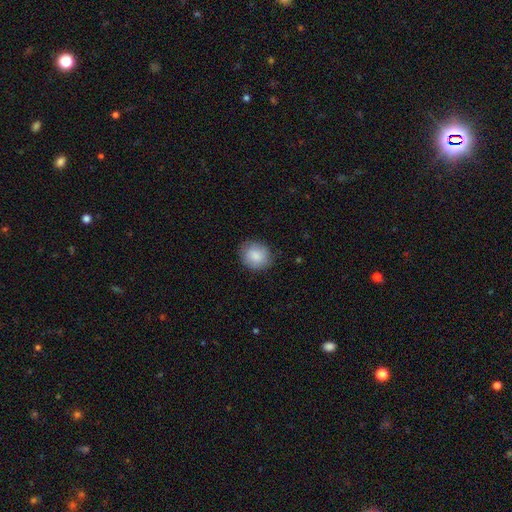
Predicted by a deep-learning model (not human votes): smooth_or_featured: smooth (p=0.83) [alt: featured or disk p=0.10]
how_rounded: round (p=0.77) [alt: in between p=0.22]
merging: none (p=0.82) [alt: minor disturbance p=0.14]